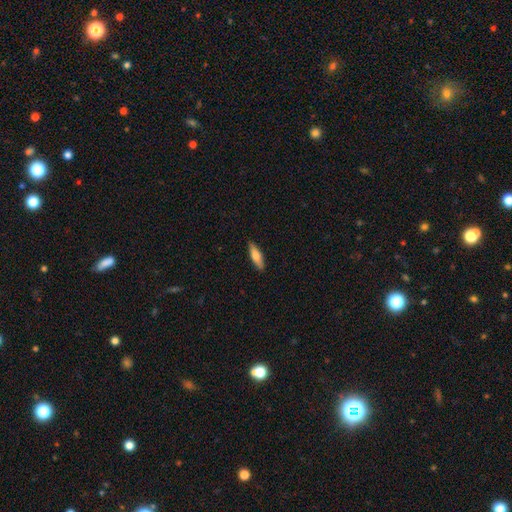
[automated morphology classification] Smooth or featured? smooth (69%)
How rounded? cigar-shaped (59%)
Merging? none (88%)